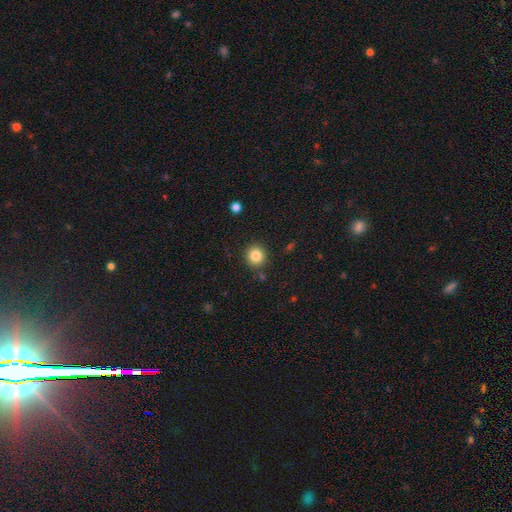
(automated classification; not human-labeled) Smooth or featured? smooth (84%)
How rounded? round (93%)
Merging? none (88%)